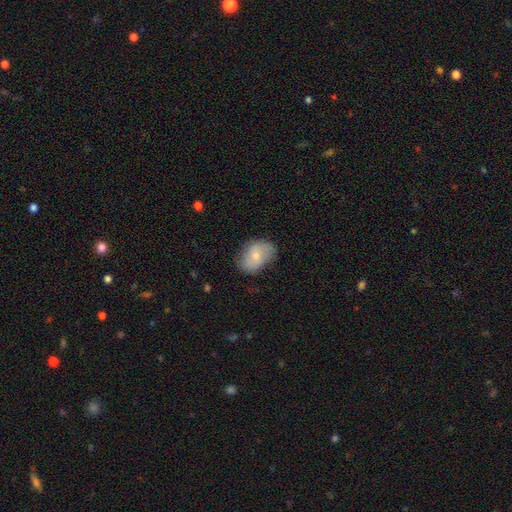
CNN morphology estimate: Smooth or featured? Predicted: smooth (p=0.66). How rounded? Predicted: in between (p=0.81). Merging? Predicted: none (p=0.69).